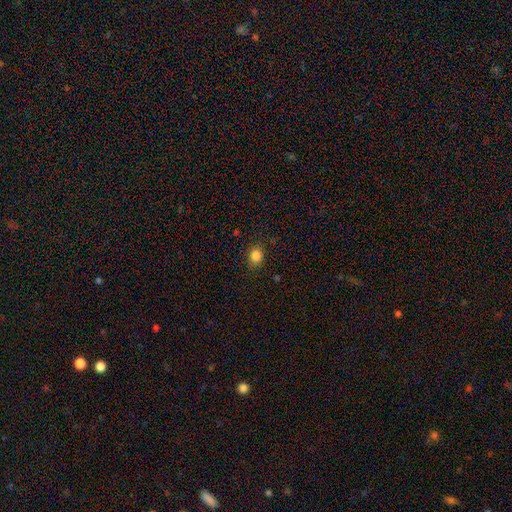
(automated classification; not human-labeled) Smooth or featured? smooth (84%)
How rounded? round (65%)
Merging? none (86%)